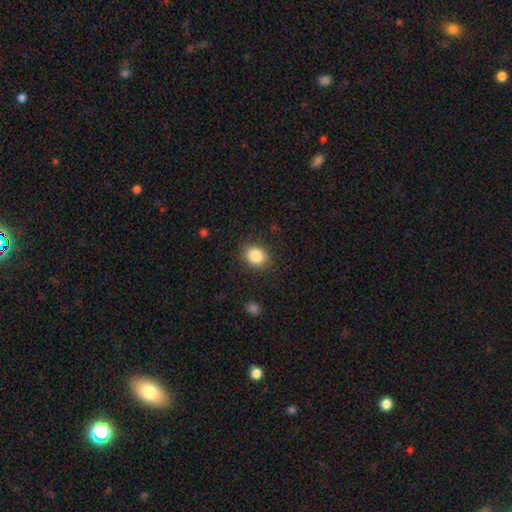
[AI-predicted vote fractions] Smooth or featured?
  - smooth: 86% *
  - star or artifact: 9%
  - featured or disk: 5%
How rounded?
  - in between: 50% *
  - round: 49%
  - cigar-shaped: 1%
Merging?
  - none: 85% *
  - minor disturbance: 11%
  - major disturbance: 3%
  - merger: 1%